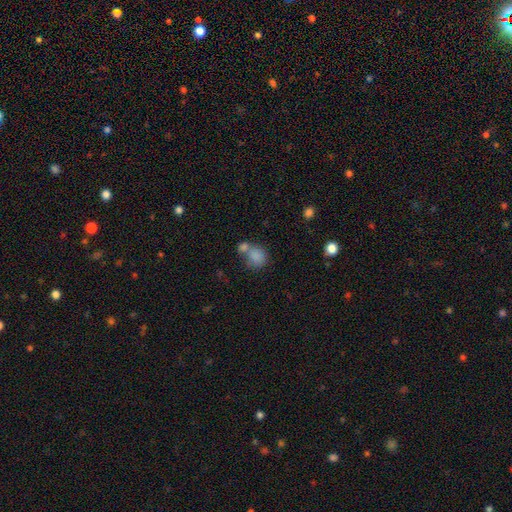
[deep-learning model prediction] This appears to be a smooth galaxy with no disk features (82%) that is round (67%). Merging: merger (47%).